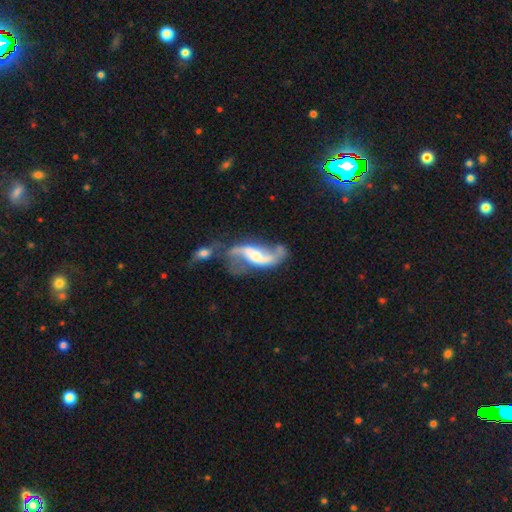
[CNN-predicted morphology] Smooth or featured? featured or disk (86%)
Edge-on disk? no (95%)
Bar? weak (41%)
Spiral arms? yes (94%)
Spiral winding? loose (80%)
Spiral arm count? 2 (91%)
Bulge size? moderate (48%)
Merging? none (37%)